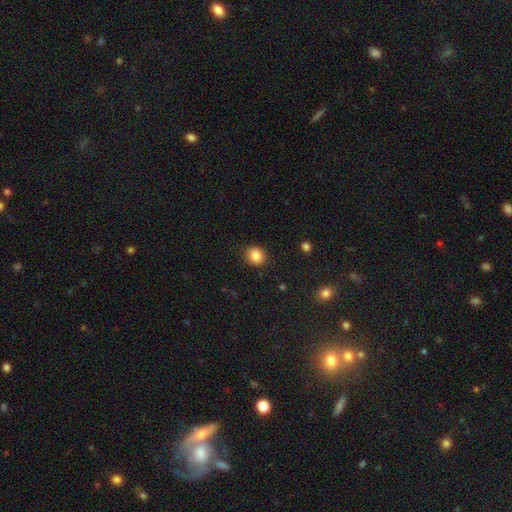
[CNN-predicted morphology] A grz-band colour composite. It shows a smooth galaxy with no disk features (85%) that is round (81%). Merging: none (89%).